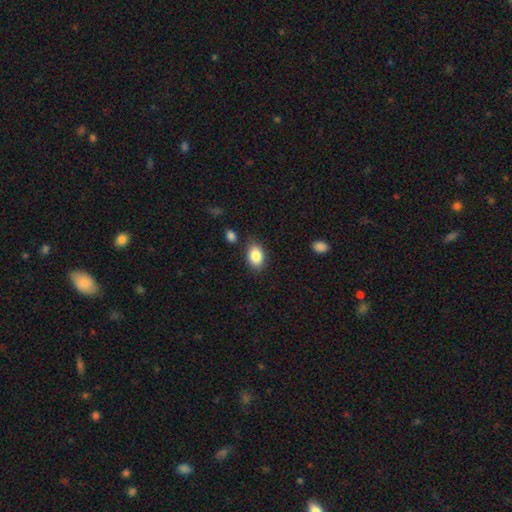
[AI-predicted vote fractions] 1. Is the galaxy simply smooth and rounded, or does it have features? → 86% smooth, 8% star or artifact, 7% featured or disk.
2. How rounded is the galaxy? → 85% in between, 13% round, 1% cigar-shaped.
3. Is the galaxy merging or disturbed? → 79% none, 14% minor disturbance, 4% merger, 3% major disturbance.